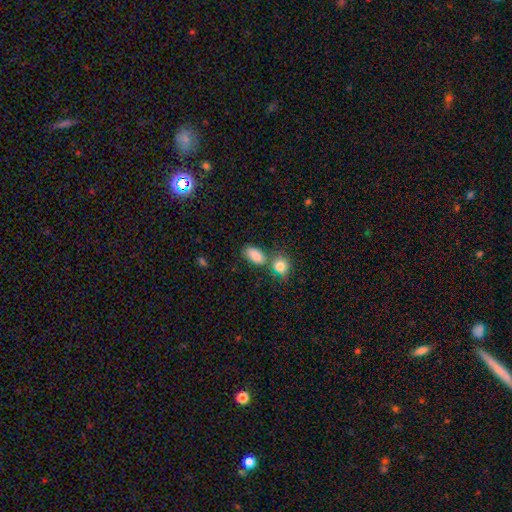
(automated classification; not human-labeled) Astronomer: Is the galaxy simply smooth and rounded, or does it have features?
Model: smooth — 85%.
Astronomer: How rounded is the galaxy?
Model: in between — 88%.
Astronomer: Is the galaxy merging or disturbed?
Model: none — 51% (runner-up: merger, 29%).